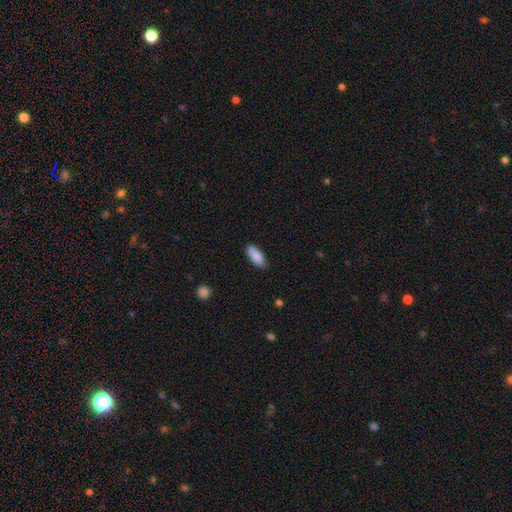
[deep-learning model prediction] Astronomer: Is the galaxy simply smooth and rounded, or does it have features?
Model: smooth — 88%.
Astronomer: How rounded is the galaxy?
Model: in between — 83%.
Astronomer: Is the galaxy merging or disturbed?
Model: none — 83%.